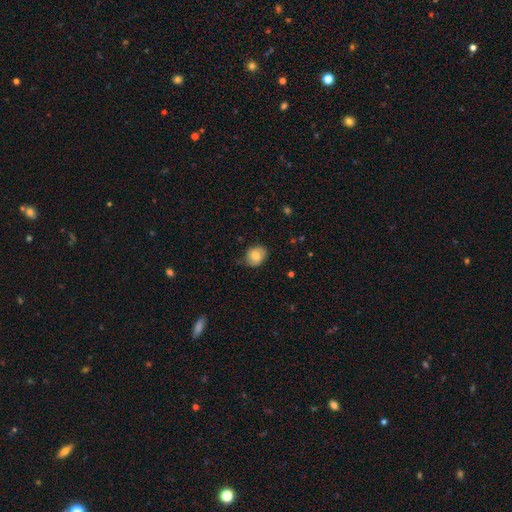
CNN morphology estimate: smooth 78%, featured or disk 14%, star or artifact 8%. Down the decision tree: how rounded — round (58%); merging — none (72%).